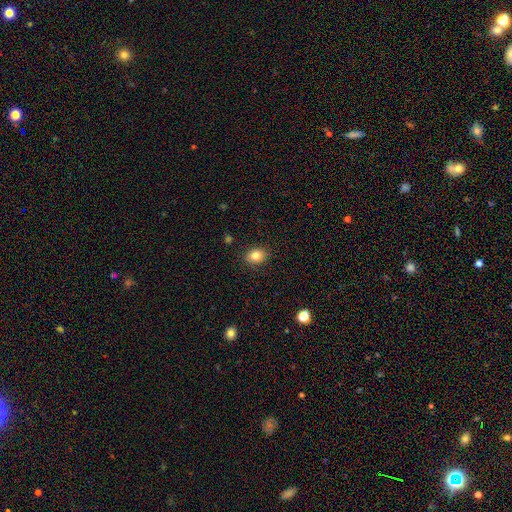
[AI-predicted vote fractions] The model was most divided on "how rounded": in between: 56%, round: 43%, cigar-shaped: 1%. More confident: merging — none (88%); smooth or featured — smooth (82%).